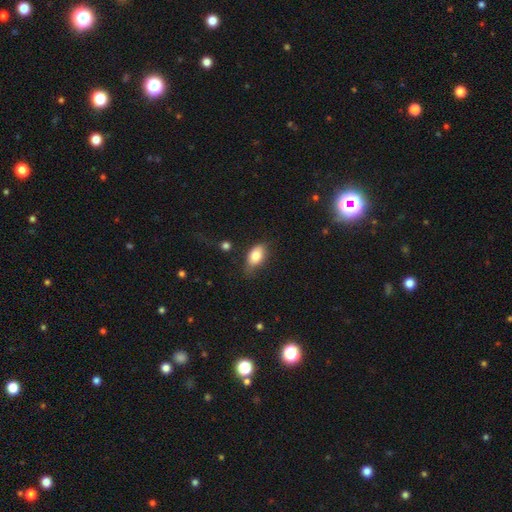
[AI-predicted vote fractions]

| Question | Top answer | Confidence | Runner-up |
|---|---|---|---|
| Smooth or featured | smooth | 81% | featured or disk (11%) |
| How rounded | in between | 90% | round (7%) |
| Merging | none | 64% | minor disturbance (25%) |